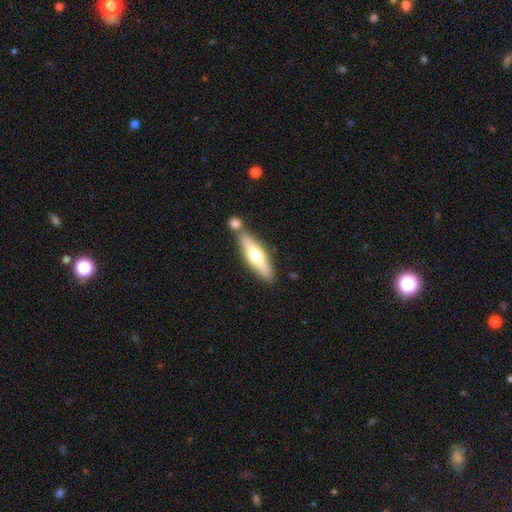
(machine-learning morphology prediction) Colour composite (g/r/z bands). It shows a smooth galaxy with no disk features (51%) that is cigar-shaped (68%). Merging: none (67%).